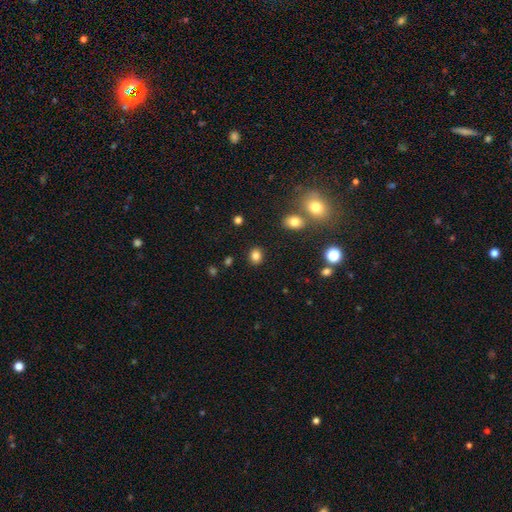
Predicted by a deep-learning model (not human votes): This is clearly a smooth galaxy (83%). How rounded: possibly round (54%). Merging: clearly none (86%).